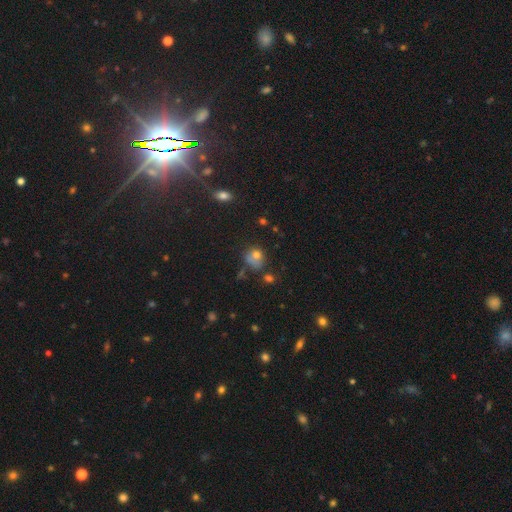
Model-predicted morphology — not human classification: Smooth or featured?
  - smooth: 70% *
  - star or artifact: 17%
  - featured or disk: 13%
How rounded?
  - round: 71% *
  - in between: 28%
  - cigar-shaped: 1%
Merging?
  - none: 52% *
  - minor disturbance: 24%
  - major disturbance: 12%
  - merger: 11%